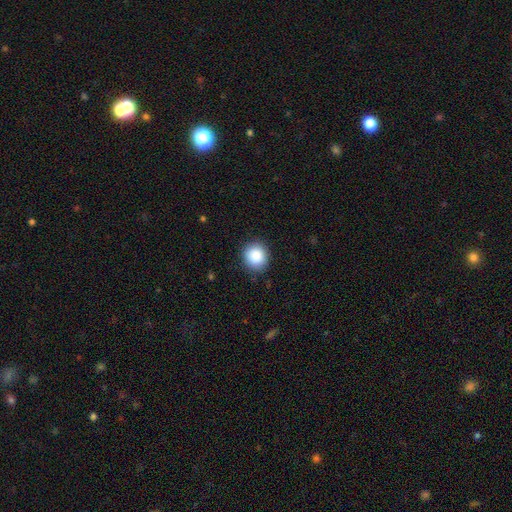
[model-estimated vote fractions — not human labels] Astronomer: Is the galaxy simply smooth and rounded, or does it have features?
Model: smooth — 88%.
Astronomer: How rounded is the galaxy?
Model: round — 85%.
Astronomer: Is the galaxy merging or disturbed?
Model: none — 88%.